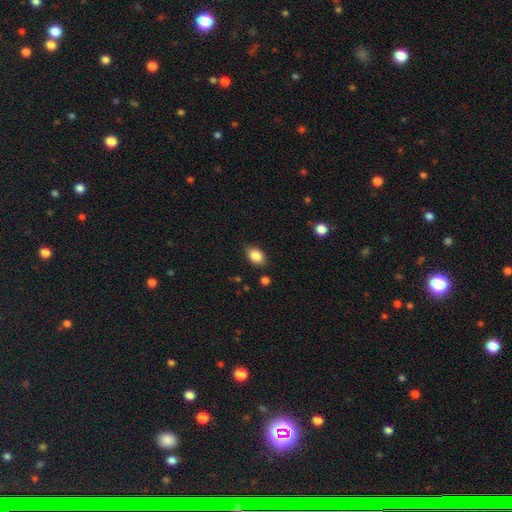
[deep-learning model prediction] Smooth or featured?
  - smooth: 85% *
  - star or artifact: 8%
  - featured or disk: 7%
How rounded?
  - in between: 85% *
  - round: 13%
  - cigar-shaped: 1%
Merging?
  - none: 84% *
  - minor disturbance: 12%
  - major disturbance: 3%
  - merger: 2%